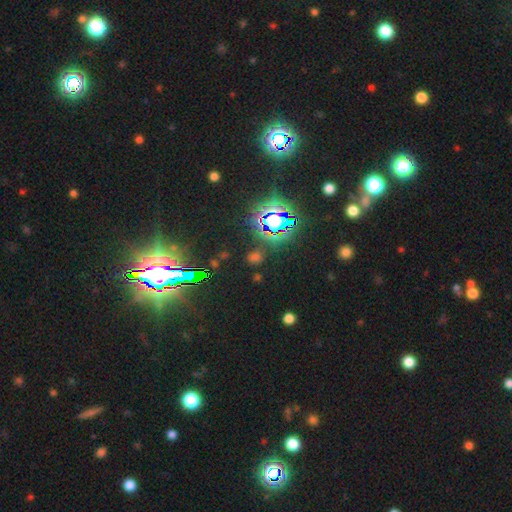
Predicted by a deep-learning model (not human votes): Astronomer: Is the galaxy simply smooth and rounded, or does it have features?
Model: star or artifact — 79%.